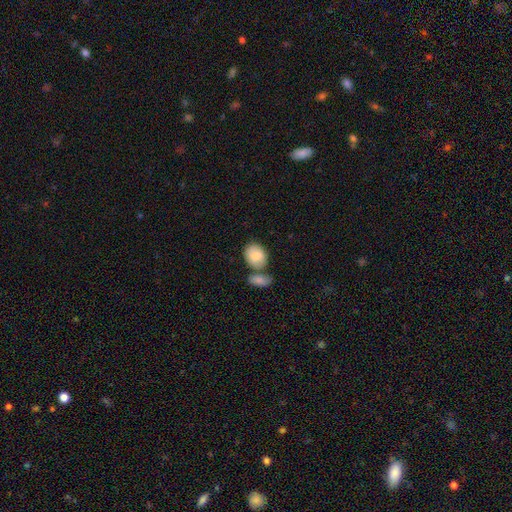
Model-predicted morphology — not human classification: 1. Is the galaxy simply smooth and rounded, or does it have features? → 79% smooth, 15% featured or disk, 6% star or artifact.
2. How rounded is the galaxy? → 64% in between, 35% round, 1% cigar-shaped.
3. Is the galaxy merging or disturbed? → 46% none, 35% merger, 15% minor disturbance, 5% major disturbance.